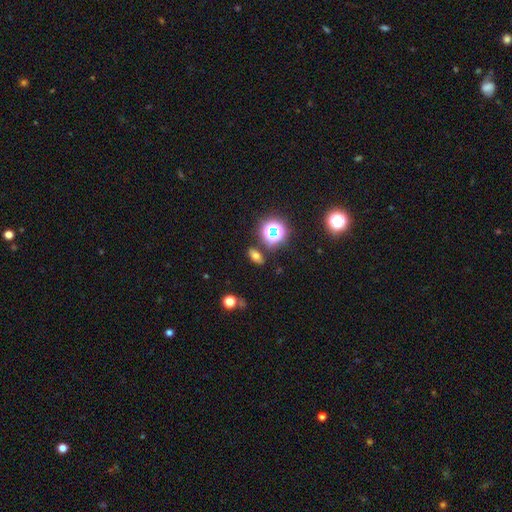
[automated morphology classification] smooth-or-featured: smooth: 60% | star or artifact: 25% | featured or disk: 15%
  how-rounded: in between: 78% | round: 13% | cigar-shaped: 9%
  merging: none: 83% | minor disturbance: 10% | merger: 4% | major disturbance: 3%